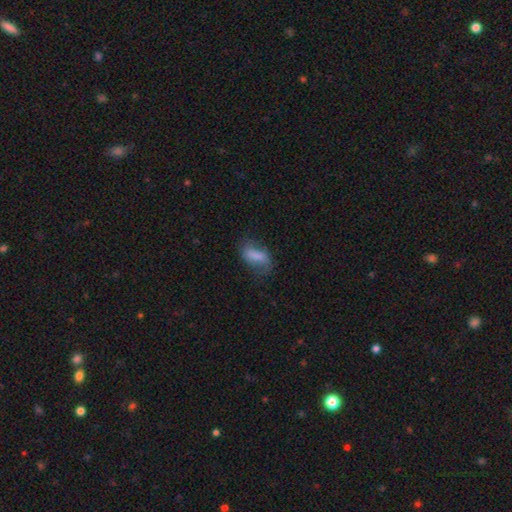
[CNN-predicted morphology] Smooth or featured?
  - smooth: 65% *
  - featured or disk: 26%
  - star or artifact: 9%
How rounded?
  - in between: 80% *
  - cigar-shaped: 15%
  - round: 6%
Merging?
  - none: 54% *
  - minor disturbance: 28%
  - major disturbance: 16%
  - merger: 2%